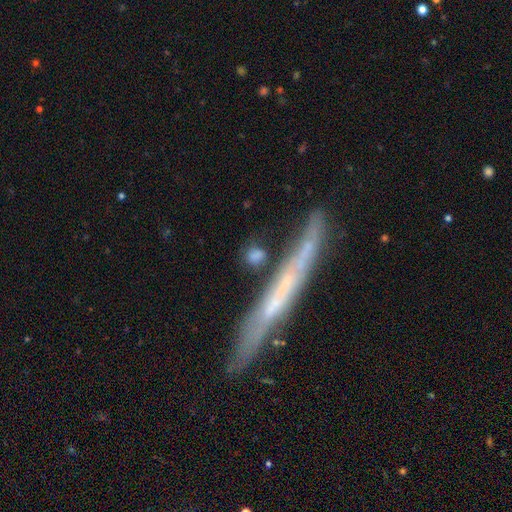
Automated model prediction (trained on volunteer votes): A smooth galaxy with no disk features (75%) that is round (47%). Merging: none (74%).